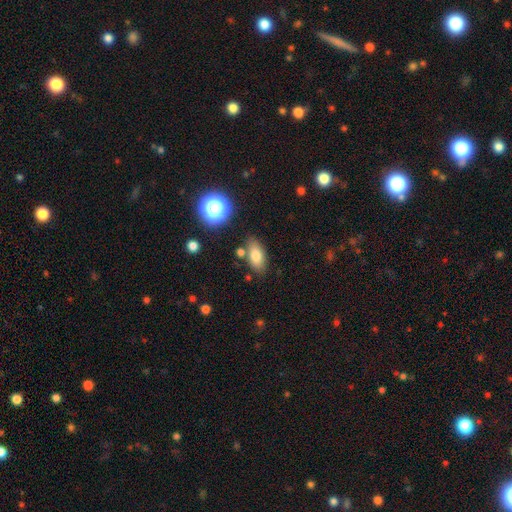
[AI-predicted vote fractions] Smooth or featured?
  - smooth: 77% *
  - featured or disk: 13%
  - star or artifact: 10%
How rounded?
  - in between: 86% *
  - cigar-shaped: 8%
  - round: 7%
Merging?
  - none: 75% *
  - minor disturbance: 13%
  - merger: 8%
  - major disturbance: 4%